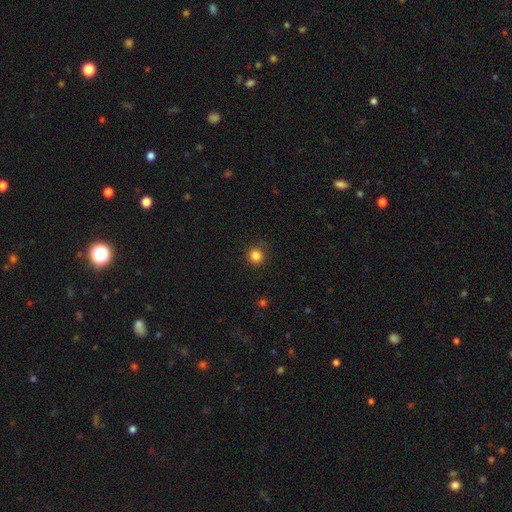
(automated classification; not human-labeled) Smooth or featured? Predicted: smooth (p=0.84). How rounded? Predicted: round (p=0.94). Merging? Predicted: none (p=0.85).